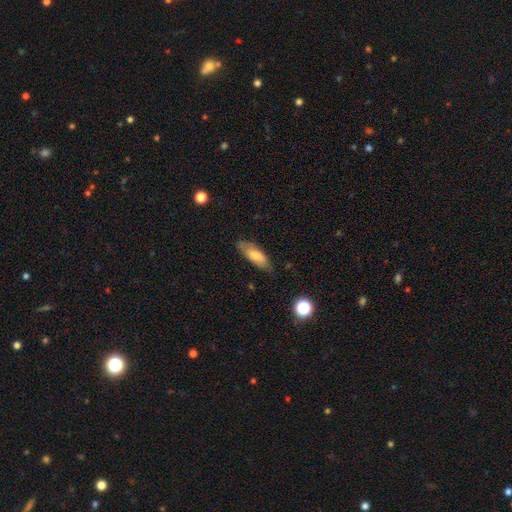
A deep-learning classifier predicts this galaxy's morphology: Smooth or featured: smooth — 75% (featured or disk — 18%)
How rounded: in between — 66% (cigar-shaped — 32%)
Merging: none — 72% (minor disturbance — 22%)